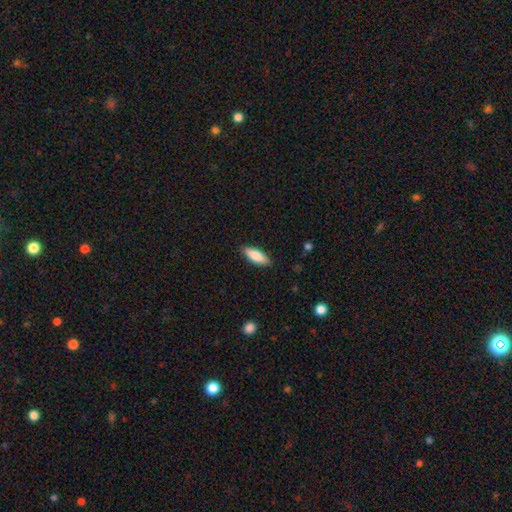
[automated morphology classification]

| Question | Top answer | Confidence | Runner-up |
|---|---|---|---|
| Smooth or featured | smooth | 83% | featured or disk (12%) |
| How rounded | in between | 61% | cigar-shaped (37%) |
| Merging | none | 88% | minor disturbance (9%) |